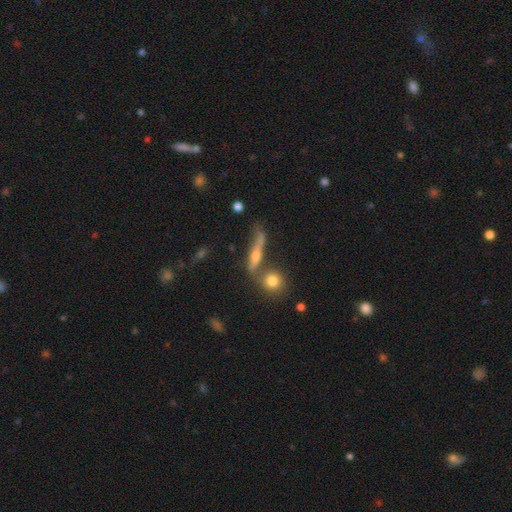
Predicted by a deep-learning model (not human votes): Smooth or featured?
  - featured or disk: 54% *
  - smooth: 36%
  - star or artifact: 10%
Edge-on disk?
  - yes: 78% *
  - no: 22%
Merging?
  - none: 48% *
  - merger: 20%
  - minor disturbance: 20%
  - major disturbance: 12%